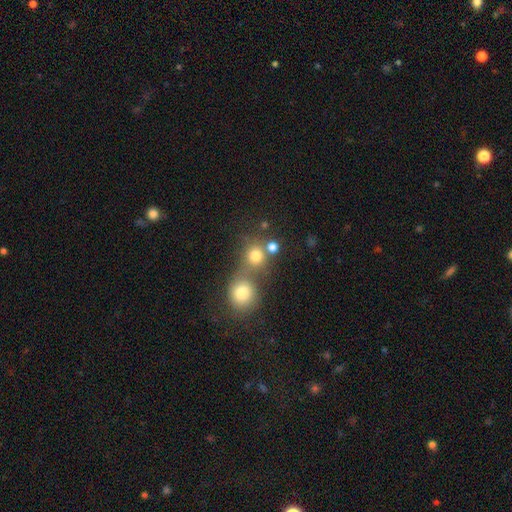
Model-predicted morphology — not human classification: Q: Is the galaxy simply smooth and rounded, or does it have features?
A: smooth — 78%.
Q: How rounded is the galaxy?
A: round — 86%.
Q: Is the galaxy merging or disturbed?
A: none — 47%.